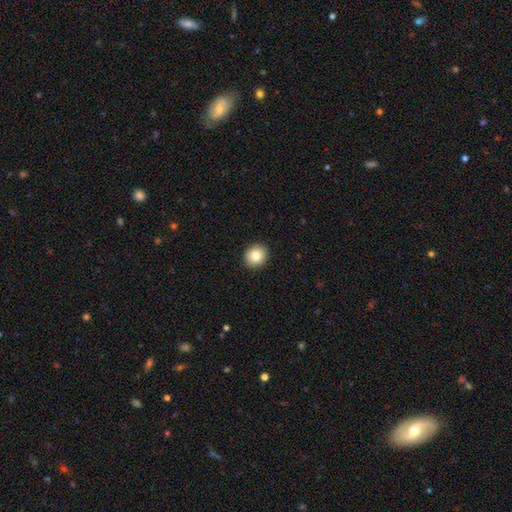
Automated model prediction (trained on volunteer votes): A smooth galaxy with no disk features (83%) that is round (78%).

Vote fractions:
- Smooth or featured? smooth: 83% / star or artifact: 9% / featured or disk: 8%
- How rounded? round: 78% / in between: 21% / cigar-shaped: 1%
- Merging? none: 92% / minor disturbance: 5% / major disturbance: 2% / merger: 1%